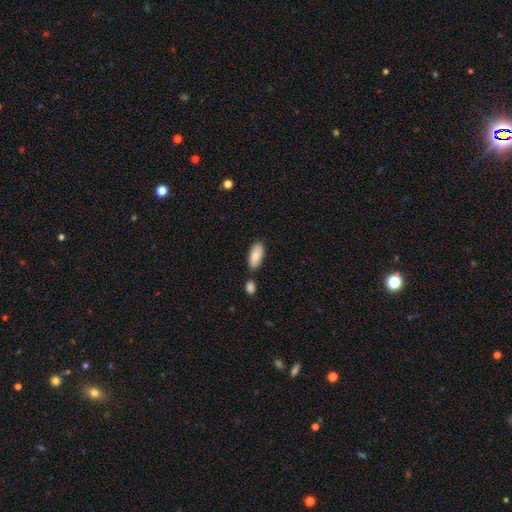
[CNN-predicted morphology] type=smooth (86%); roundness=in between (88%); merging=none (77%).